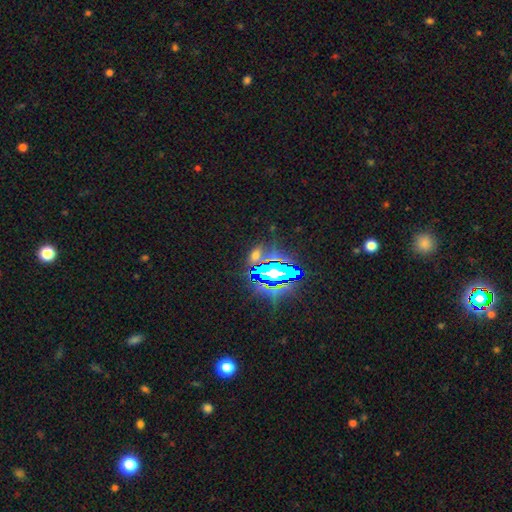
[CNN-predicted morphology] Smooth or featured? star or artifact (59%)